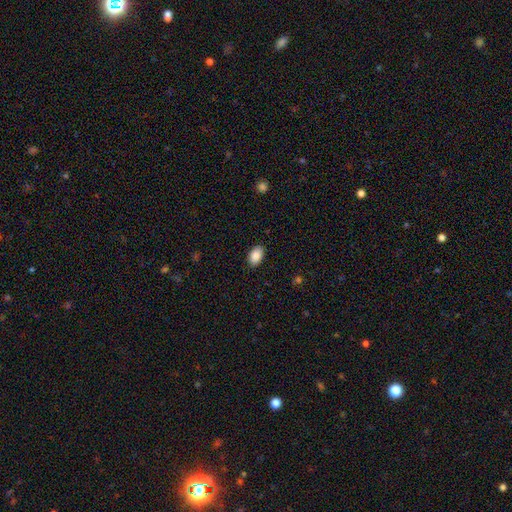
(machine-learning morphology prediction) A smooth galaxy with no disk features (89%) that is in between round and cigar-shaped (91%). Merging: none (88%).